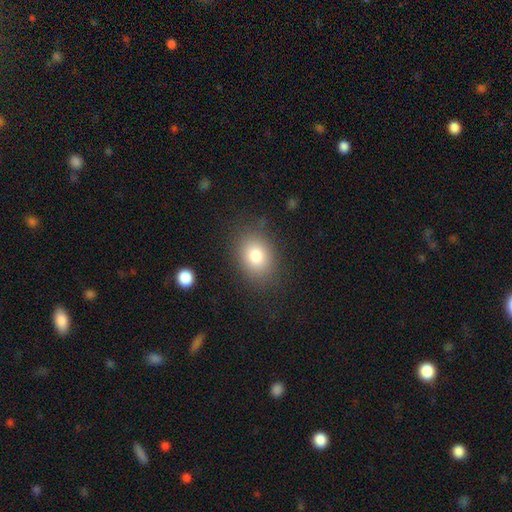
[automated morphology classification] A smooth galaxy with no disk features (80%) that is in between round and cigar-shaped (64%). Merging: none (81%).